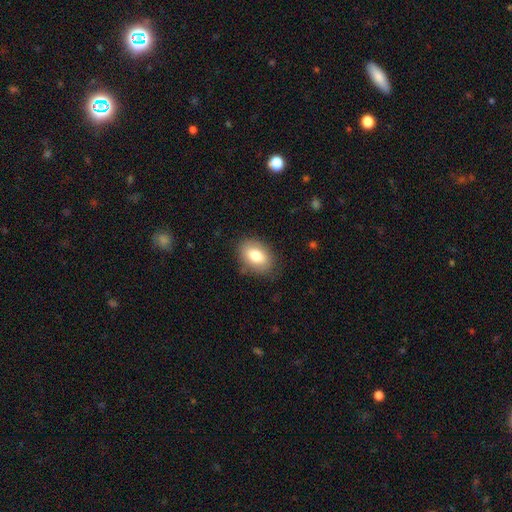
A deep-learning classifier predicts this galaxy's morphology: This is likely a smooth galaxy (80%). How rounded: clearly in between (85%). Merging: clearly none (82%).